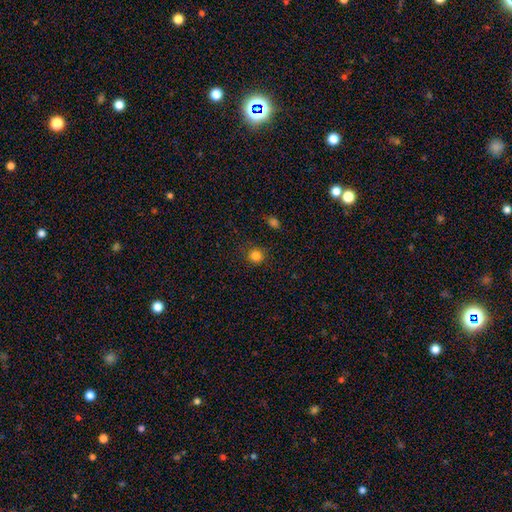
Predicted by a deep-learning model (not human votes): A smooth galaxy with no disk features (83%) that is round (92%). Merging: none (86%).